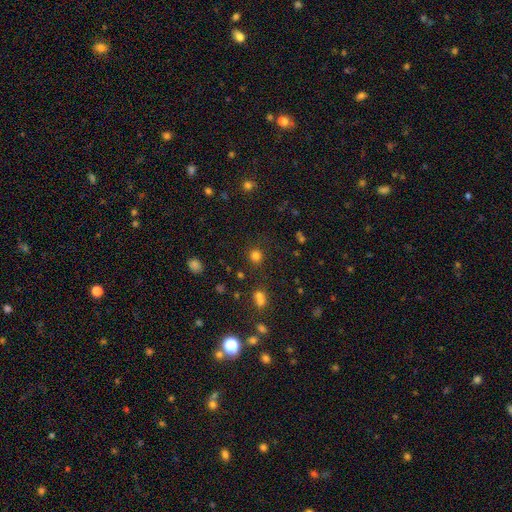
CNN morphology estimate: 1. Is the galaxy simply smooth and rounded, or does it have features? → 78% smooth, 17% star or artifact, 5% featured or disk.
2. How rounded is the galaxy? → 90% round, 9% in between, 1% cigar-shaped.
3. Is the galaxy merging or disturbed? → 84% none, 8% minor disturbance, 5% merger, 3% major disturbance.